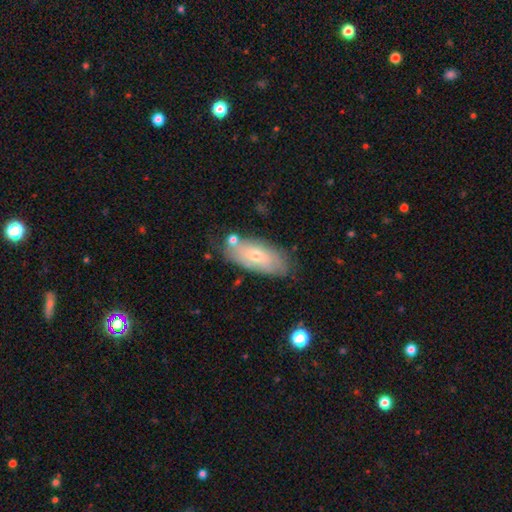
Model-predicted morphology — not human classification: type=smooth (57%); roundness=in between (85%); merging=none (72%).